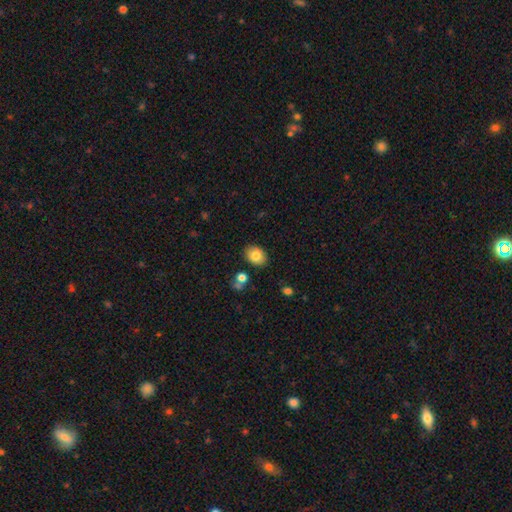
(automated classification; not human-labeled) Morphology: type=smooth (81%); roundness=in between (69%); merging=none (85%).